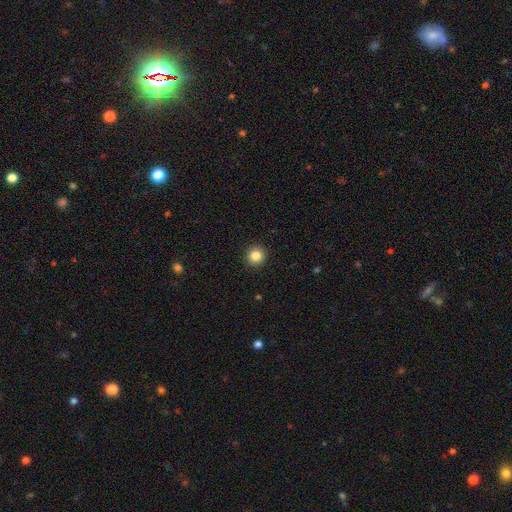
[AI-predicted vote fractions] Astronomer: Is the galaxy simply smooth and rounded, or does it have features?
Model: smooth — 84%.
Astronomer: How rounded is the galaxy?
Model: round — 94%.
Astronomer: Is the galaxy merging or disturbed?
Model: none — 93%.